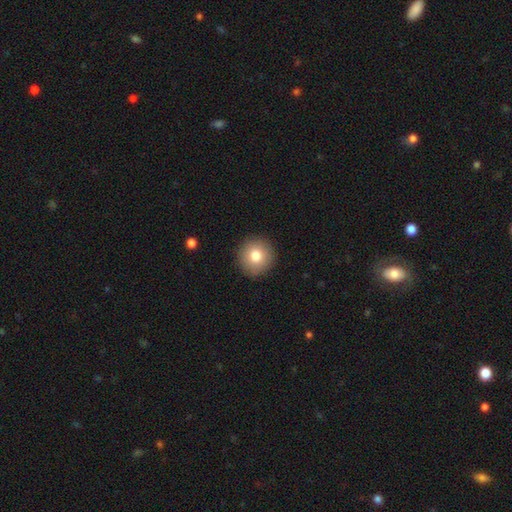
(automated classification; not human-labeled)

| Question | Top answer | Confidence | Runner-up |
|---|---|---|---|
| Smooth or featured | smooth | 80% | featured or disk (11%) |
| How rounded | round | 94% | in between (5%) |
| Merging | none | 92% | minor disturbance (5%) |